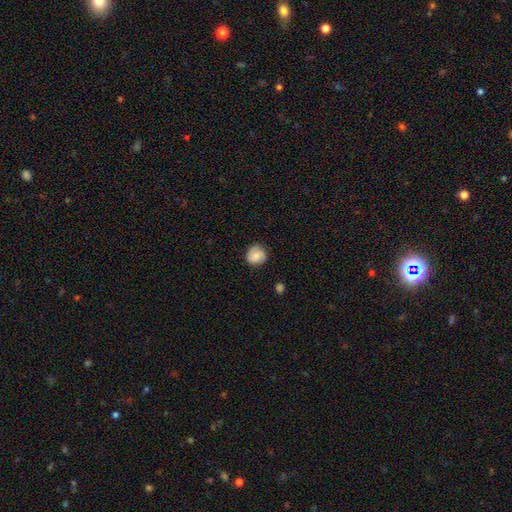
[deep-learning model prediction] This appears to be a smooth galaxy with no disk features (76%) that is round (90%). Merging: none (81%).